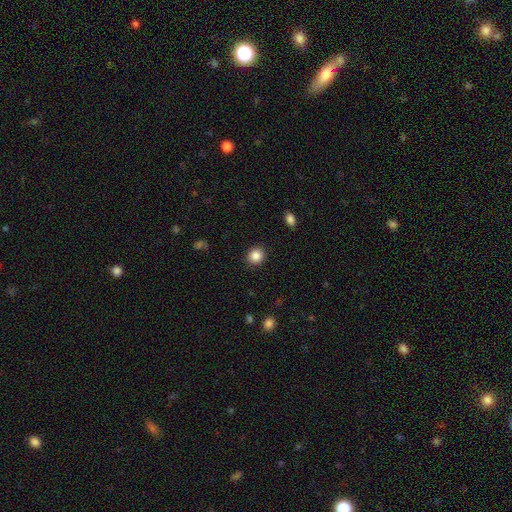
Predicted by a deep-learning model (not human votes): A smooth galaxy with no disk features (86%) that is round (86%). Merging: none (91%).